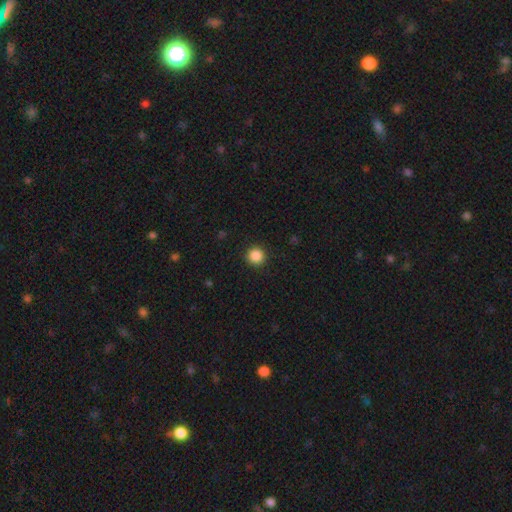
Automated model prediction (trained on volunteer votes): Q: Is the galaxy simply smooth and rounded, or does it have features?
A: smooth — 87%.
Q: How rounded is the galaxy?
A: round — 95%.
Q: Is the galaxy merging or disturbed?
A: none — 92%.